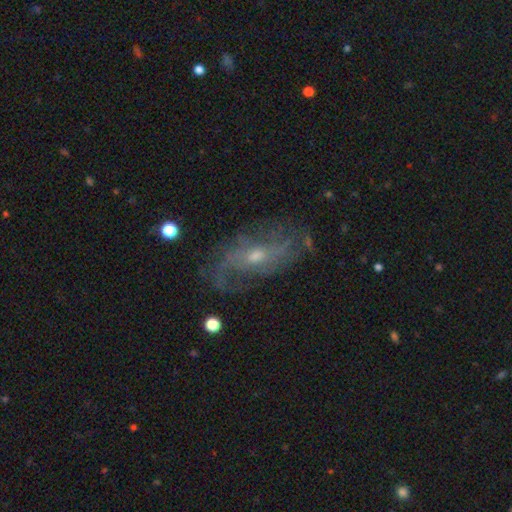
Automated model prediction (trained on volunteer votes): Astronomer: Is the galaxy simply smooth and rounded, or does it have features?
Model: featured or disk — 73%.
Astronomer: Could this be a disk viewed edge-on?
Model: no — 89%.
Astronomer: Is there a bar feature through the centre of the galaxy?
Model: no — 55% (runner-up: weak, 35%).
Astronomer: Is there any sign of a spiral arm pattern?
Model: yes — 84%.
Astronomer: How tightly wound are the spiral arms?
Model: medium — 38% (runner-up: loose, 35%).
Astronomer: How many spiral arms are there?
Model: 2 — 43% (runner-up: can't tell, 33%).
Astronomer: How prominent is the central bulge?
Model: small — 57% (runner-up: moderate, 38%).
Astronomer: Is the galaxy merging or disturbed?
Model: none — 70%.